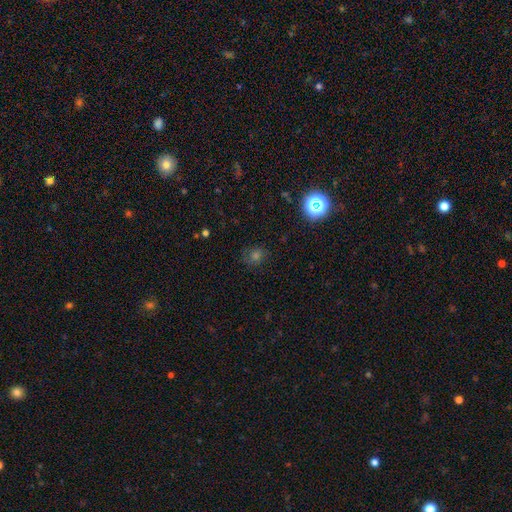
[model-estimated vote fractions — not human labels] This is possibly a smooth galaxy (50%). Merging: likely none (80%).